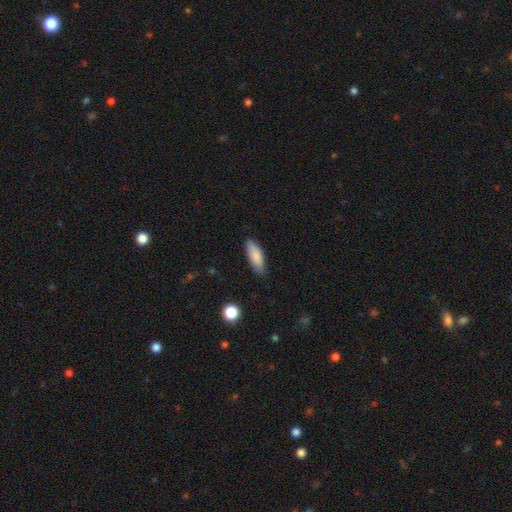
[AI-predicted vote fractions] smooth-or-featured: smooth: 85% | featured or disk: 9% | star or artifact: 6%
  how-rounded: in between: 64% | cigar-shaped: 34% | round: 2%
  merging: none: 82% | minor disturbance: 14% | major disturbance: 2% | merger: 1%